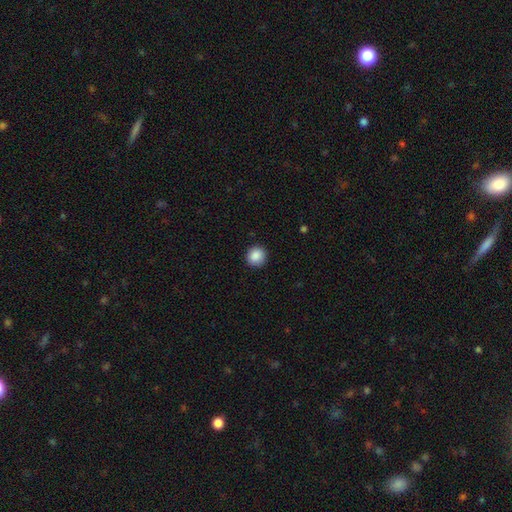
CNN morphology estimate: Smooth or featured?
  - smooth: 88% *
  - star or artifact: 9%
  - featured or disk: 3%
How rounded?
  - round: 91% *
  - in between: 8%
  - cigar-shaped: 1%
Merging?
  - none: 90% *
  - minor disturbance: 7%
  - major disturbance: 2%
  - merger: 1%